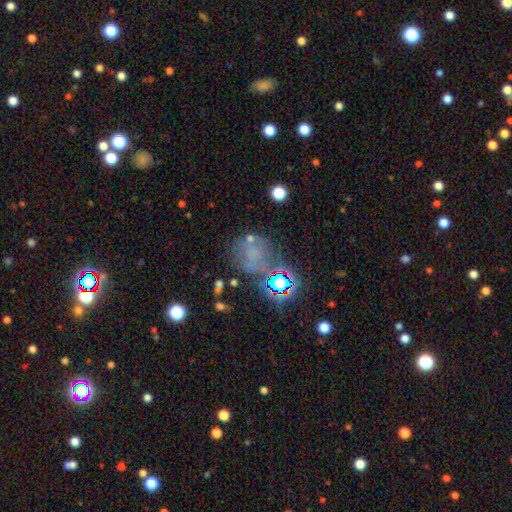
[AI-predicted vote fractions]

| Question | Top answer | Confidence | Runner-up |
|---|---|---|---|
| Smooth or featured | star or artifact | 63% | smooth (22%) |